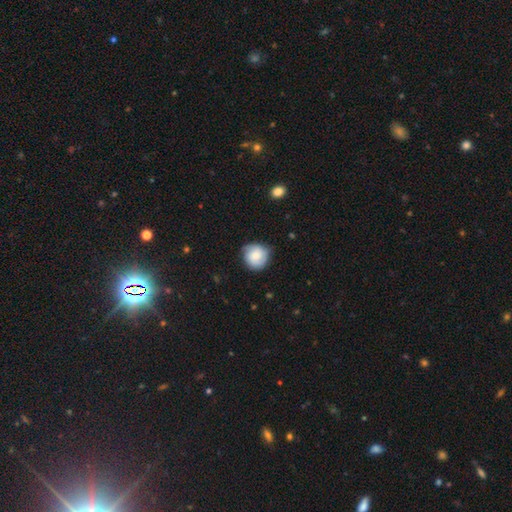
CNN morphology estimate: Q: Smooth or featured?
A: smooth (59%); runner-up: featured or disk (34%)
Q: How rounded?
A: round (89%); runner-up: in between (10%)
Q: Merging?
A: none (75%); runner-up: minor disturbance (20%)